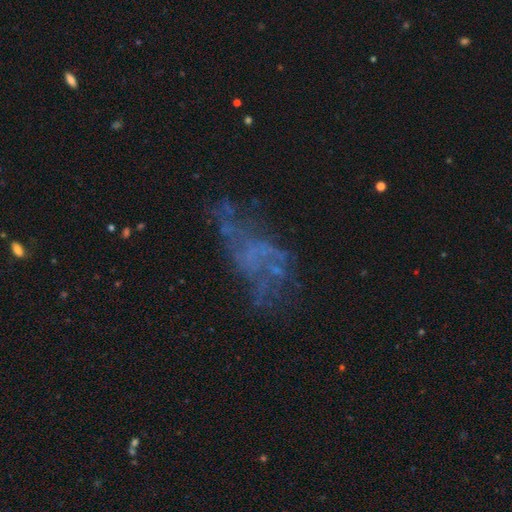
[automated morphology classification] Overall: featured or disk (56%; star or artifact 25%). Edge-on disk: no (96%). Bar: no (87%). Spiral arms: no (80%). Bulge size: none (83%). Merging: none (44%; major disturbance 32%).